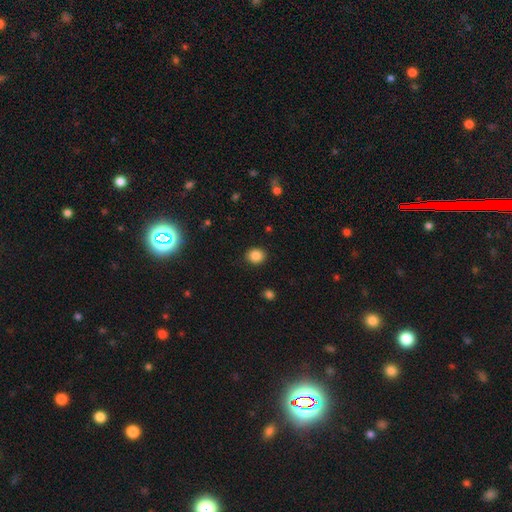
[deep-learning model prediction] Smooth or featured? smooth (86%)
How rounded? round (76%)
Merging? none (90%)